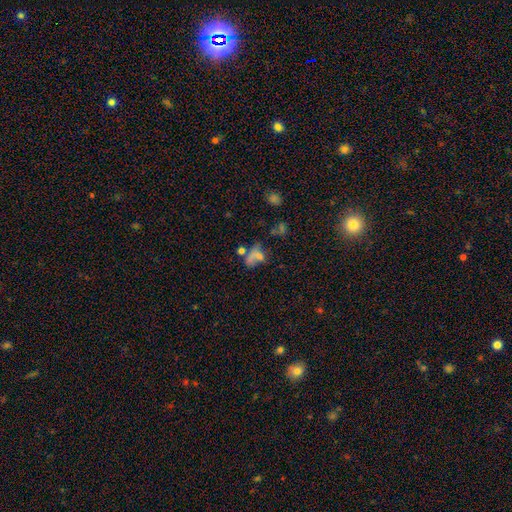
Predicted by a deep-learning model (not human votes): Smooth or featured: smooth — 59% (star or artifact — 22%)
How rounded: in between — 68% (round — 24%)
Merging: none — 33% (merger — 32%)